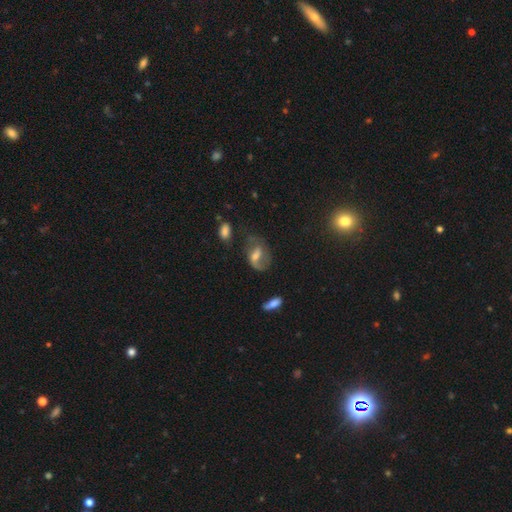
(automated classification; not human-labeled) This is possibly a featured or disk galaxy (58%). It is clearly not viewed edge-on (95%). Bar: possibly weak (47%). Spiral arm pattern: likely yes (76%). Central bulge: marginally moderate (45%). Merging: possibly none (46%).